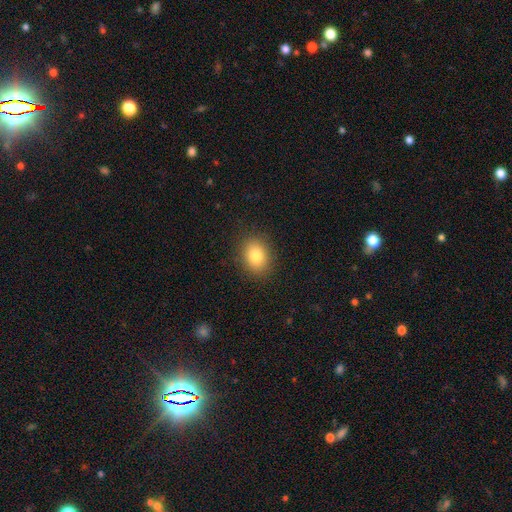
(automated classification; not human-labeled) Morphology: type=smooth (82%); roundness=in between (51%); merging=none (88%).